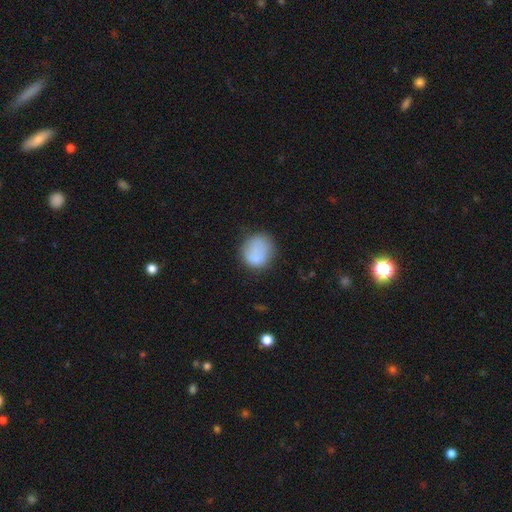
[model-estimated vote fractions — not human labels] smooth_or_featured: smooth (p=0.77) [alt: featured or disk p=0.14]
how_rounded: round (p=0.80) [alt: in between p=0.19]
merging: none (p=0.60) [alt: minor disturbance p=0.23]